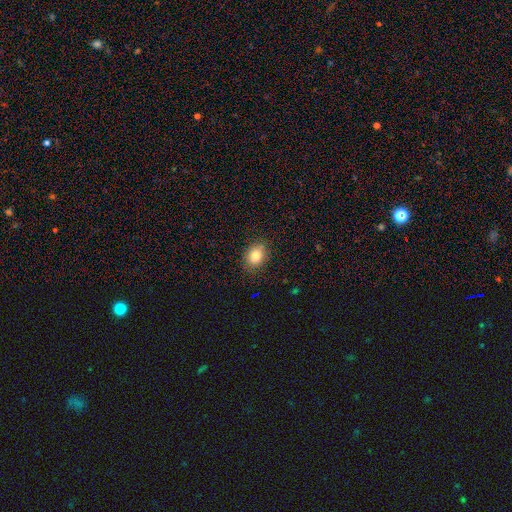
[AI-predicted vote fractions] This appears to be a smooth galaxy with no disk features (82%) that is in between round and cigar-shaped (66%). Merging: none (86%).